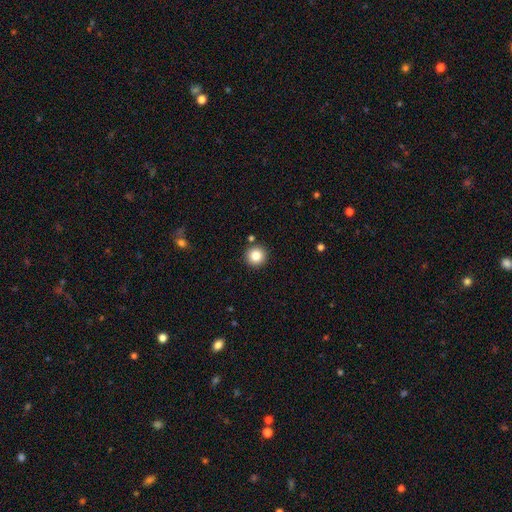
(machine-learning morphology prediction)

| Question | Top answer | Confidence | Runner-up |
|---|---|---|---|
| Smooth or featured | smooth | 84% | star or artifact (10%) |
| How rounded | round | 95% | in between (4%) |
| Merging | none | 89% | minor disturbance (6%) |